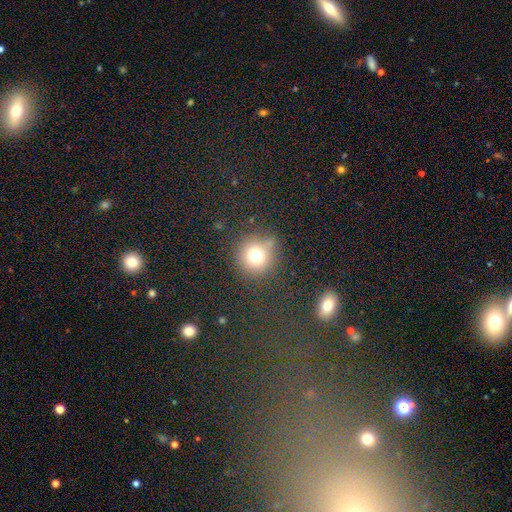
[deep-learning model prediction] smooth-or-featured: smooth: 72% | star or artifact: 17% | featured or disk: 11%
  how-rounded: round: 90% | in between: 9% | cigar-shaped: 1%
  merging: none: 77% | minor disturbance: 13% | major disturbance: 6% | merger: 5%